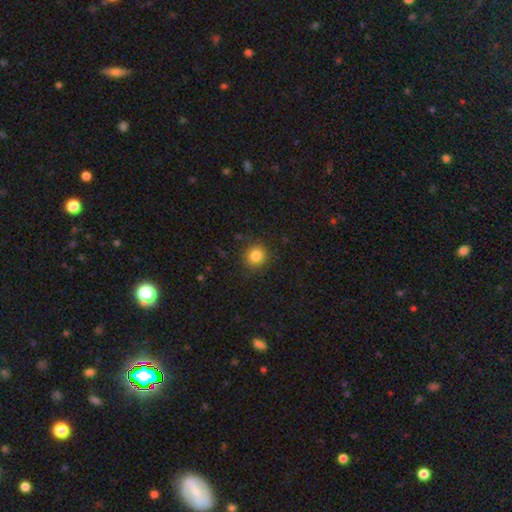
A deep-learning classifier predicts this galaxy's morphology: Overall: smooth (84%). How rounded: round (91%). Merging: none (89%).